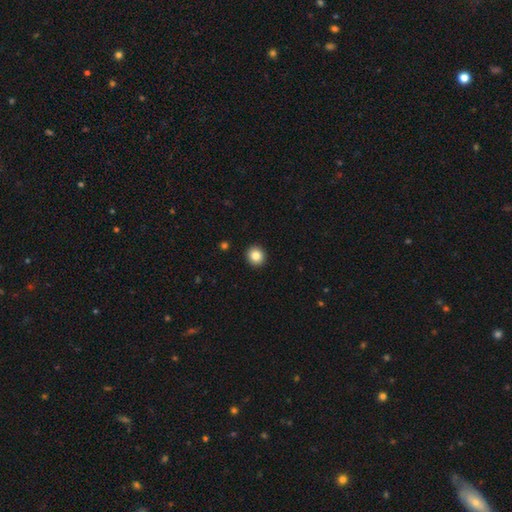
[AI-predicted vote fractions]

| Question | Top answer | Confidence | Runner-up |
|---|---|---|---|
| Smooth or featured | smooth | 85% | star or artifact (9%) |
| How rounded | round | 89% | in between (10%) |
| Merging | none | 93% | minor disturbance (4%) |